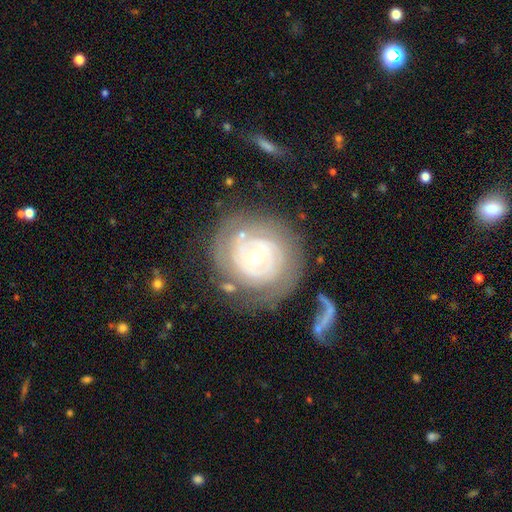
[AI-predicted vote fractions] Smooth or featured?
  - featured or disk: 78% *
  - smooth: 16%
  - star or artifact: 6%
Edge-on disk?
  - no: 97% *
  - yes: 3%
Bar?
  - no: 76% *
  - weak: 18%
  - strong: 6%
Spiral arms?
  - yes: 81% *
  - no: 19%
Spiral winding?
  - tight: 78% *
  - medium: 16%
  - loose: 6%
Spiral arm count?
  - can't tell: 41% *
  - 2: 28%
  - 3: 14%
  - 4: 7%
  - 1: 6%
  - more than 4: 5%
Bulge size?
  - small: 56% *
  - moderate: 40%
  - large: 2%
  - dominant: 1%
  - none: 1%
Merging?
  - none: 65% *
  - minor disturbance: 17%
  - major disturbance: 11%
  - merger: 7%